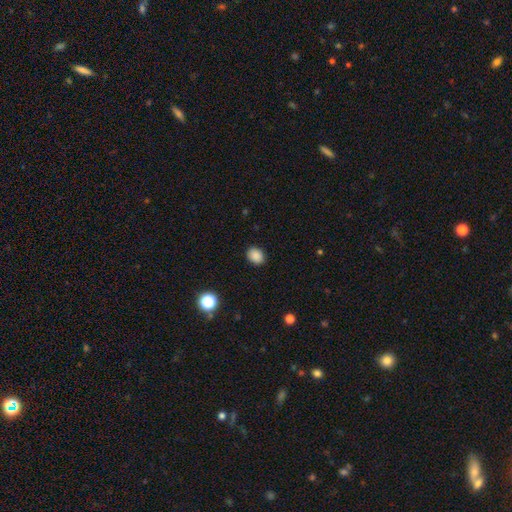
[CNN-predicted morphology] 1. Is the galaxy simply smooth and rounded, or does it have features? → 87% smooth, 10% star or artifact, 3% featured or disk.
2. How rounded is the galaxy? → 50% in between, 49% round, 1% cigar-shaped.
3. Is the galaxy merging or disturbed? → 88% none, 8% minor disturbance, 2% major disturbance, 1% merger.